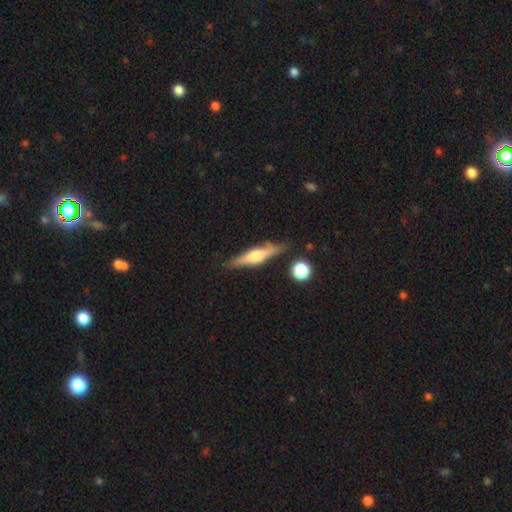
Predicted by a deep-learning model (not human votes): Smooth or featured?
  - featured or disk: 61% *
  - smooth: 32%
  - star or artifact: 7%
Edge-on disk?
  - yes: 96% *
  - no: 4%
Edge-on bulge?
  - rounded: 79% *
  - boxy: 15%
  - none: 5%
Merging?
  - none: 82% *
  - minor disturbance: 12%
  - merger: 3%
  - major disturbance: 3%